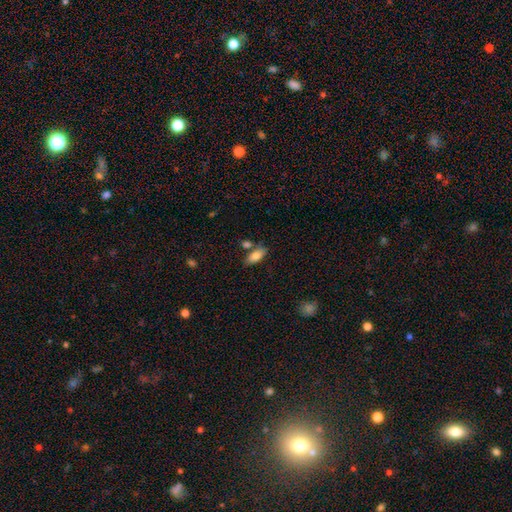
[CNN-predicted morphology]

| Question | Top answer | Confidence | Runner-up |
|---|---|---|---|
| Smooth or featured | smooth | 80% | featured or disk (13%) |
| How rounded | in between | 85% | cigar-shaped (12%) |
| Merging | none | 69% | minor disturbance (14%) |